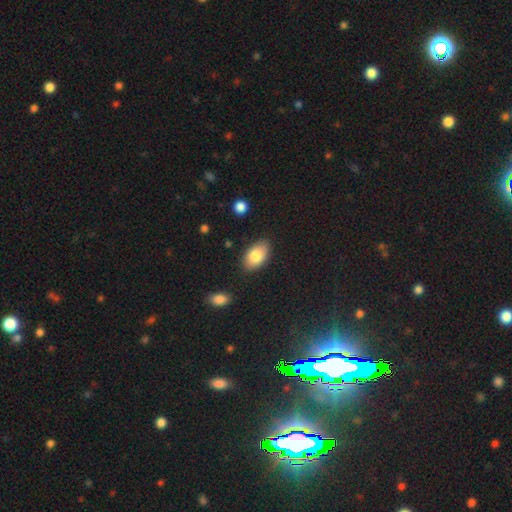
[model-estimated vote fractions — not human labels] Smooth or featured?
  - smooth: 81% *
  - featured or disk: 12%
  - star or artifact: 7%
How rounded?
  - in between: 93% *
  - round: 6%
  - cigar-shaped: 2%
Merging?
  - none: 84% *
  - minor disturbance: 11%
  - major disturbance: 2%
  - merger: 2%